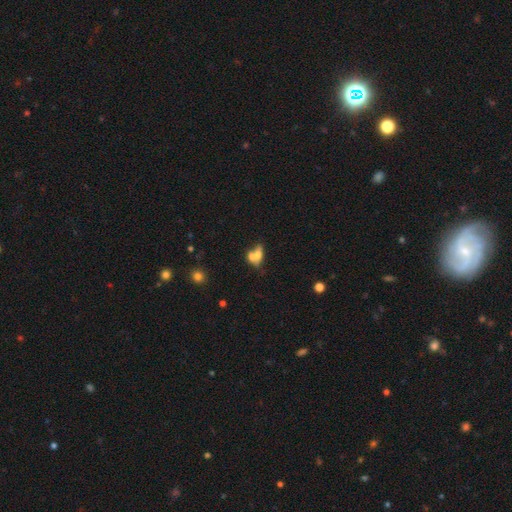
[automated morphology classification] smooth-or-featured: smooth: 60% | featured or disk: 30% | star or artifact: 11%
  how-rounded: in between: 73% | round: 17% | cigar-shaped: 10%
  merging: merger: 61% | none: 24% | minor disturbance: 9% | major disturbance: 6%